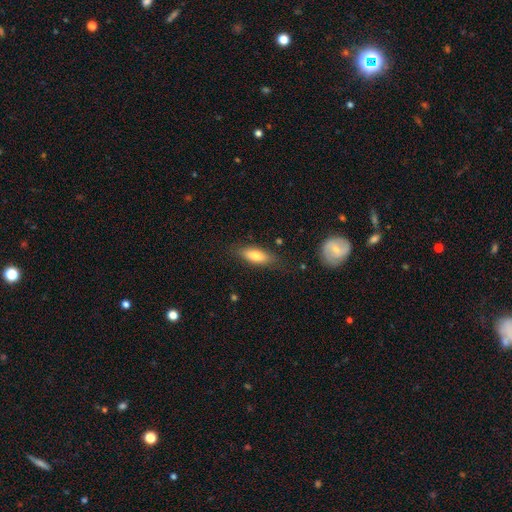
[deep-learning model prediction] Morphology: type=smooth (72%); roundness=in between (66%); merging=none (79%).